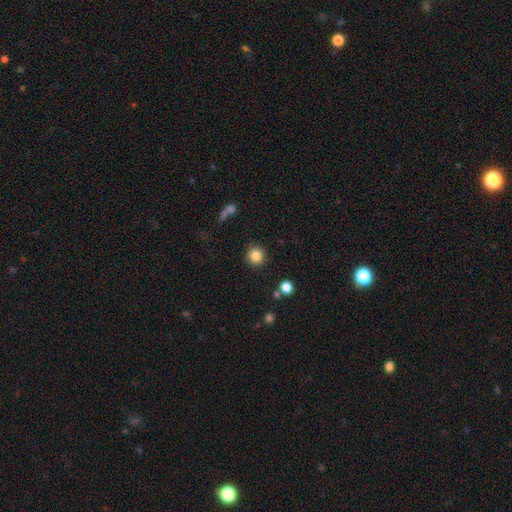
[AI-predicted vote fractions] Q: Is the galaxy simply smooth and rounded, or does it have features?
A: smooth — 85%.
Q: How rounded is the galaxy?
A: round — 94%.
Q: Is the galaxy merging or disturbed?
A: none — 89%.